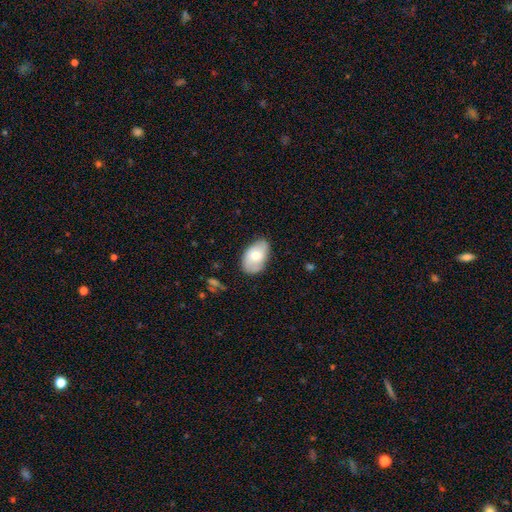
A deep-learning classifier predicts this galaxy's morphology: smooth 64%, featured or disk 30%, star or artifact 6%. Down the decision tree: how rounded — in between (91%); merging — none (70%).